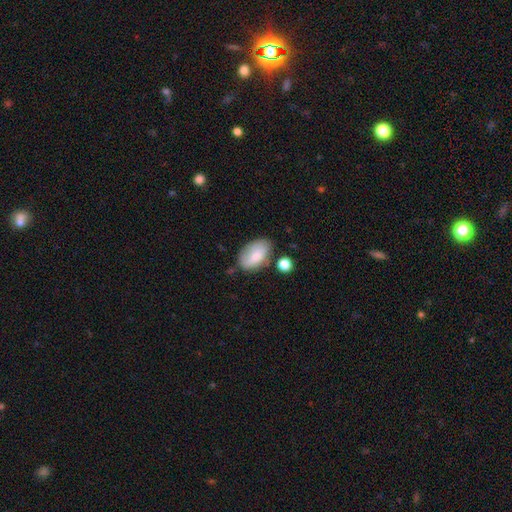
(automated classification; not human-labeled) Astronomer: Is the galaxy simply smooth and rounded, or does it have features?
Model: smooth — 76%.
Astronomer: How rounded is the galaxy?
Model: in between — 92%.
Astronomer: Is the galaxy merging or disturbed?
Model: none — 61%.